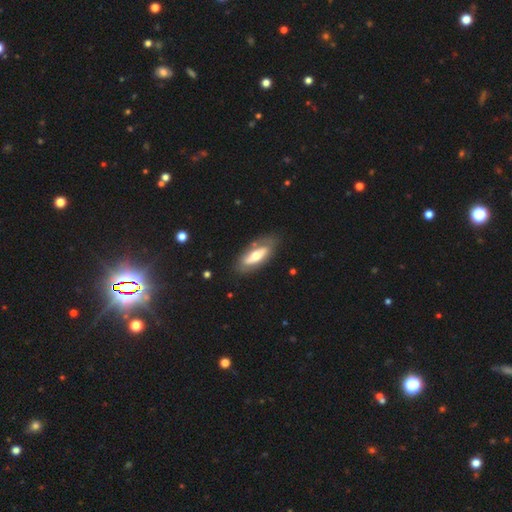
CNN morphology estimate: Smooth or featured? featured or disk (51%)
Edge-on disk? no (71%)
Merging? none (77%)